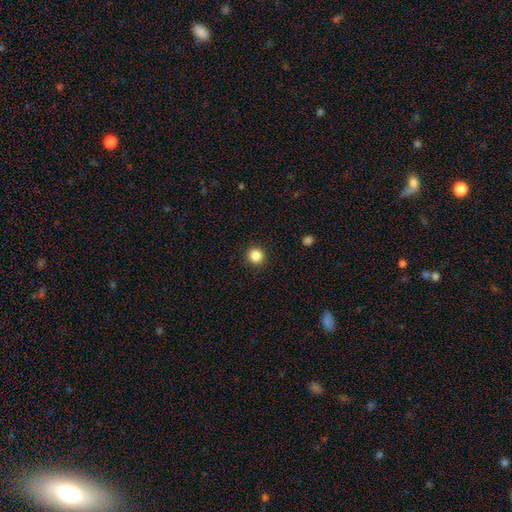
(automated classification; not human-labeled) Smooth or featured?
  - smooth: 86% *
  - star or artifact: 11%
  - featured or disk: 4%
How rounded?
  - round: 94% *
  - in between: 5%
  - cigar-shaped: 1%
Merging?
  - none: 92% *
  - minor disturbance: 5%
  - major disturbance: 2%
  - merger: 1%